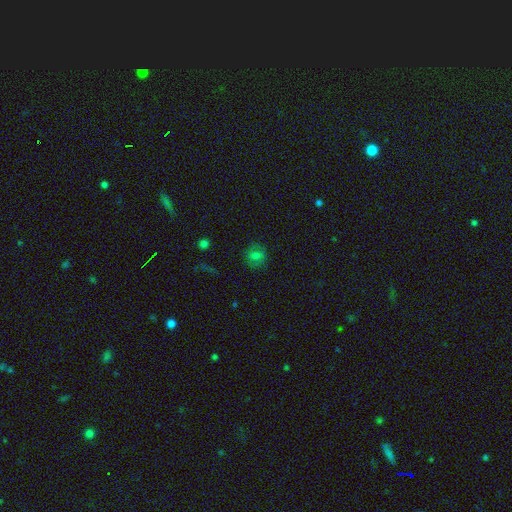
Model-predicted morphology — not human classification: Smooth or featured? Predicted: smooth (p=0.72). How rounded? Predicted: round (p=0.80). Merging? Predicted: none (p=0.83).